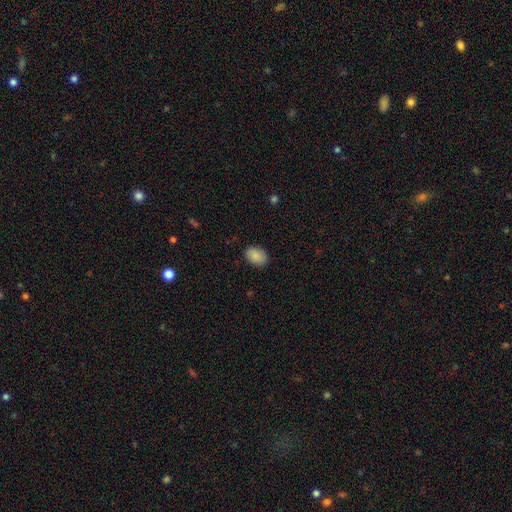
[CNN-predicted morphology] The model was most divided on "how rounded": in between: 78%, round: 20%, cigar-shaped: 1%. More confident: smooth or featured — smooth (86%); merging — none (85%).